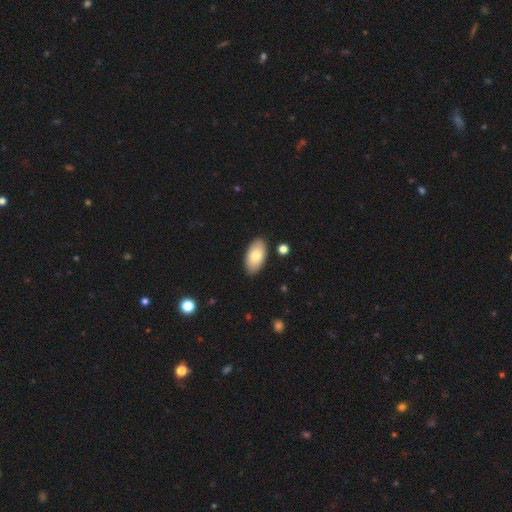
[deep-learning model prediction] smooth 79%, featured or disk 15%, star or artifact 6%. Down the decision tree: how rounded — in between (95%); merging — none (87%).